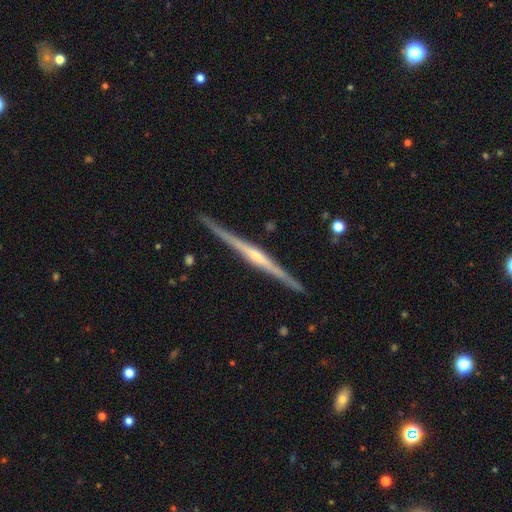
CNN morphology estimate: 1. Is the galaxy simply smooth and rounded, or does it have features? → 83% featured or disk, 12% smooth, 5% star or artifact.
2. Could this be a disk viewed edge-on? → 98% yes, 2% no.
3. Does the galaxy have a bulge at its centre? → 62% rounded, 24% none, 13% boxy.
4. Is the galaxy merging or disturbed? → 90% none, 7% minor disturbance, 1% major disturbance, 1% merger.